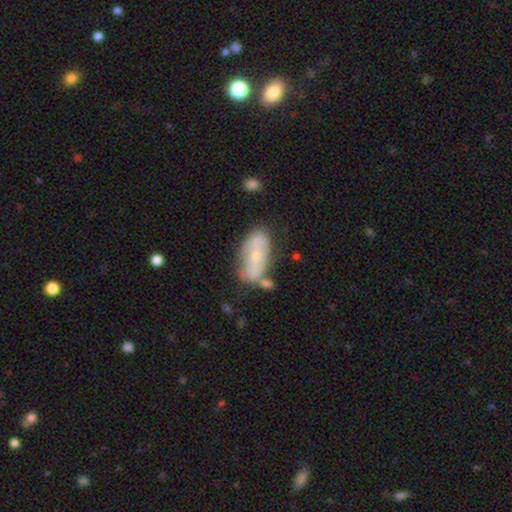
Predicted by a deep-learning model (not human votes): Smooth or featured: featured or disk — 51% (smooth — 41%)
Edge-on disk: no — 89% (yes — 11%)
Merging: none — 56% (minor disturbance — 23%)